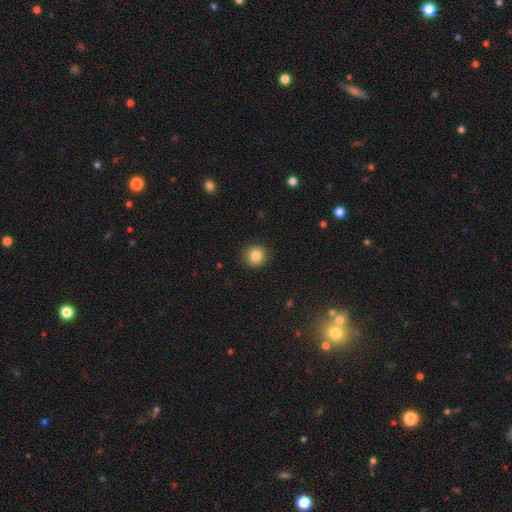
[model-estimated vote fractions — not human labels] smooth-or-featured: smooth: 85% | star or artifact: 10% | featured or disk: 6%
  how-rounded: round: 92% | in between: 7% | cigar-shaped: 1%
  merging: none: 90% | minor disturbance: 7% | major disturbance: 2% | merger: 1%